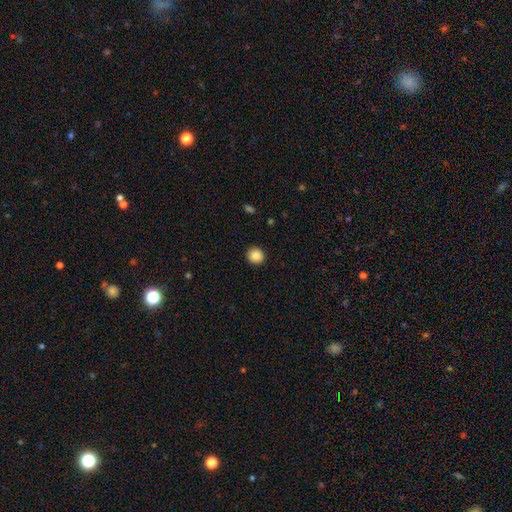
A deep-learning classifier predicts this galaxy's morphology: A smooth galaxy with no disk features (88%) that is round (94%).

Vote fractions:
- Smooth or featured? smooth: 88% / star or artifact: 9% / featured or disk: 3%
- How rounded? round: 94% / in between: 5% / cigar-shaped: 1%
- Merging? none: 92% / minor disturbance: 5% / major disturbance: 2% / merger: 1%